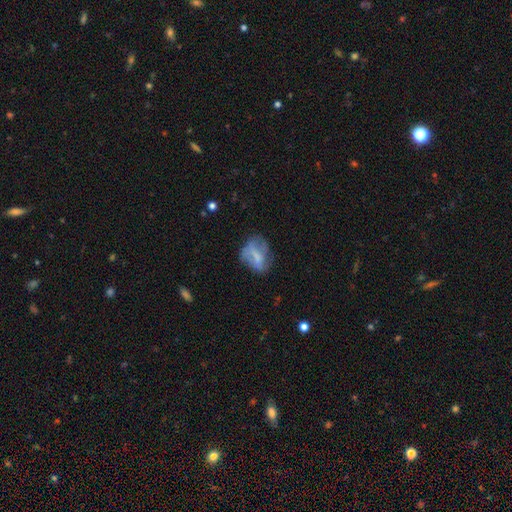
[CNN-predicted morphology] Smooth or featured? Predicted: smooth (p=0.46). Merging? Predicted: none (p=0.47).